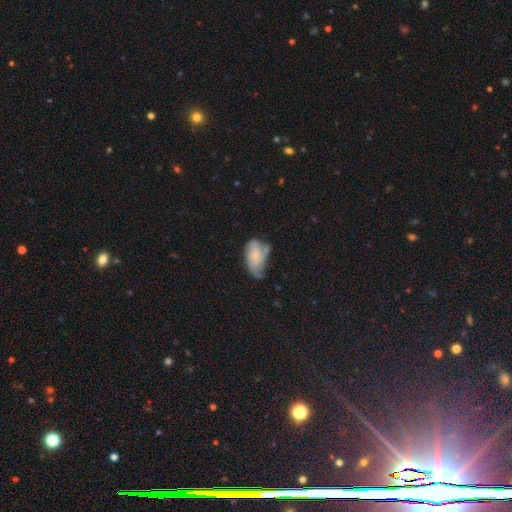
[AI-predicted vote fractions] This is possibly a featured or disk galaxy (55%). It is clearly not viewed edge-on (96%). Bar: likely no (72%). Spiral arm pattern: clearly yes (82%). Central bulge: likely small (69%). Merging: marginally minor disturbance (37%).